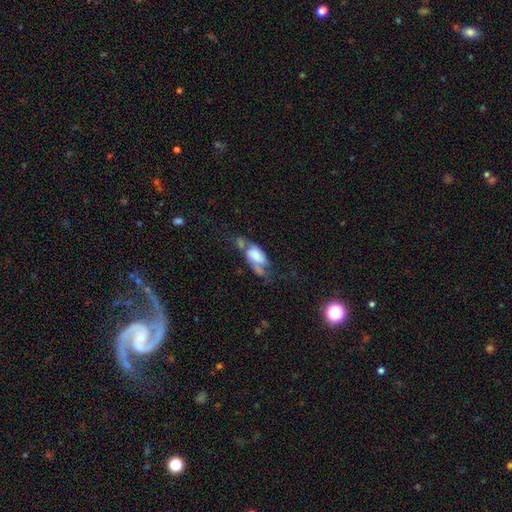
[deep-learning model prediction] smooth 49%, featured or disk 43%, star or artifact 8%. Down the decision tree: merging — major disturbance (31%).